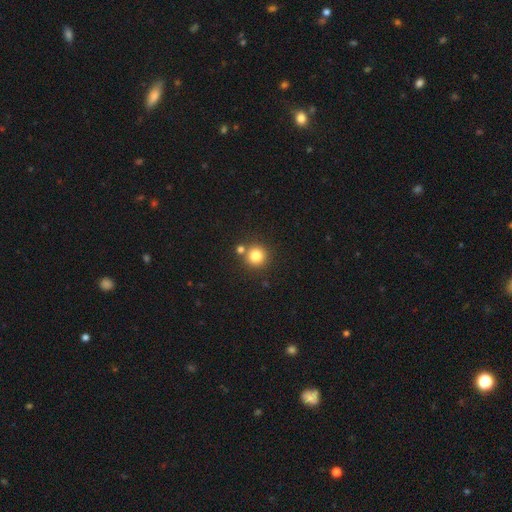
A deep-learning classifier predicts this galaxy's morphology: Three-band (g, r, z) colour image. It shows a smooth galaxy with no disk features (81%) that is round (95%). Merging: none (78%).